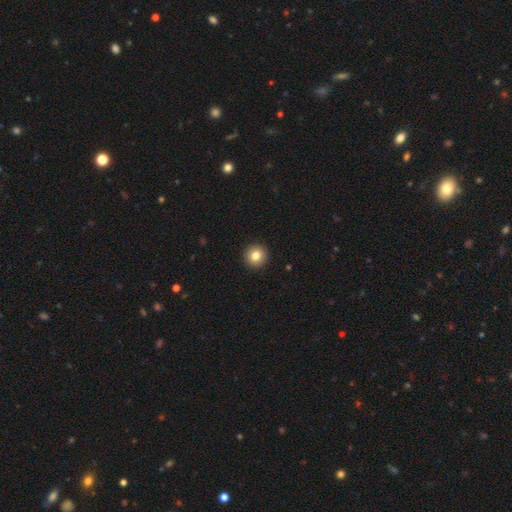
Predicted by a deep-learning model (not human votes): The model was most divided on "smooth or featured": smooth: 82%, star or artifact: 10%, featured or disk: 8%. More confident: how rounded — round (95%); merging — none (94%).